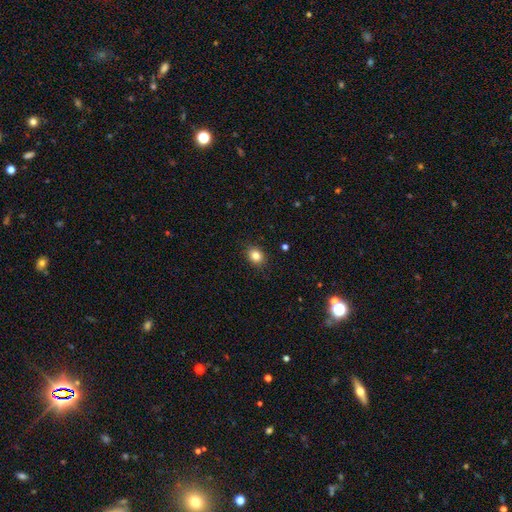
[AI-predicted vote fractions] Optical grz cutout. It shows a smooth galaxy with no disk features (84%) that is round (53%). Merging: none (88%).